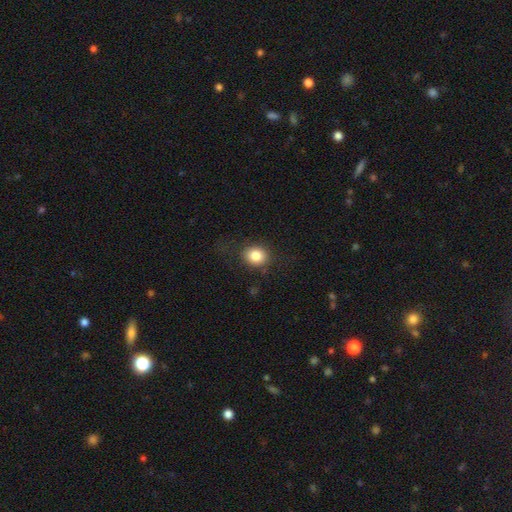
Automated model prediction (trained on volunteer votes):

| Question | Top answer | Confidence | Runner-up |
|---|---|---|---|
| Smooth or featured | smooth | 83% | star or artifact (10%) |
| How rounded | round | 67% | in between (32%) |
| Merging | none | 80% | minor disturbance (13%) |